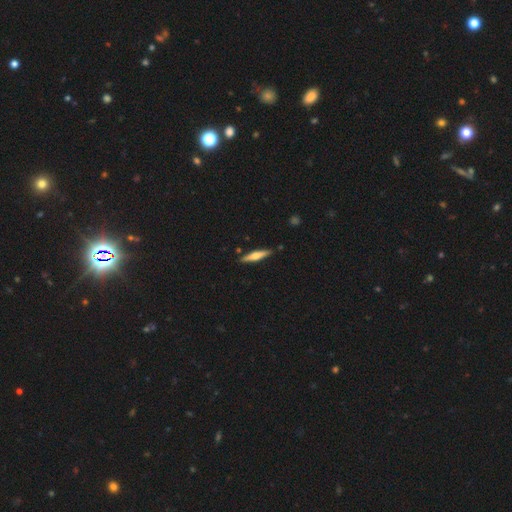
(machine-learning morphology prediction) smooth_or_featured: smooth (p=0.48) [alt: featured or disk p=0.47]
merging: none (p=0.88) [alt: minor disturbance p=0.09]